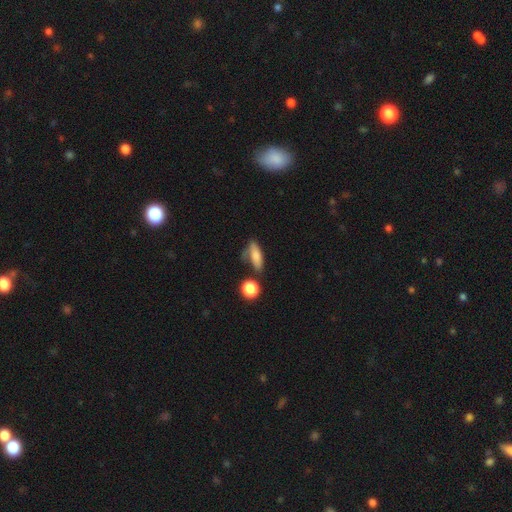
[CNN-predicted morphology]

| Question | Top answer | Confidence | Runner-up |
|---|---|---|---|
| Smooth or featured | smooth | 75% | featured or disk (15%) |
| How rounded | in between | 60% | cigar-shaped (33%) |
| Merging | none | 53% | minor disturbance (25%) |